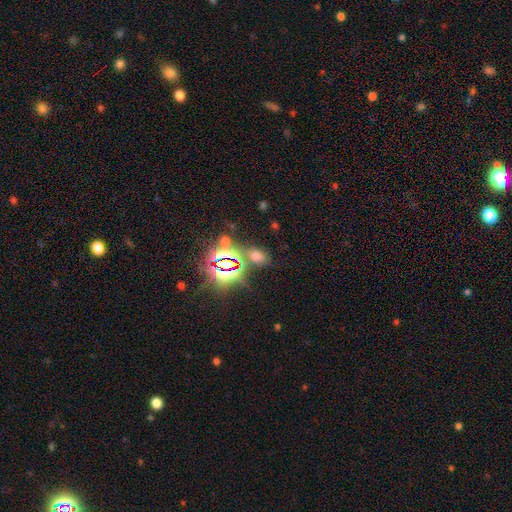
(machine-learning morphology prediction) smooth-or-featured: star or artifact: 47% | smooth: 46% | featured or disk: 7%